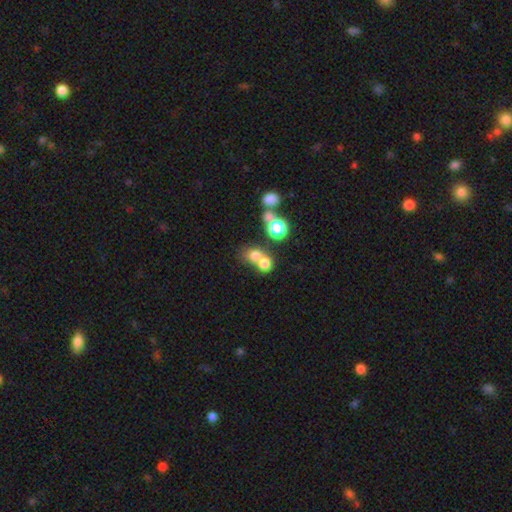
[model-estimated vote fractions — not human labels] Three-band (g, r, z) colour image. It shows a smooth galaxy with no disk features (70%) that is round (68%). Merging: merger (51%).